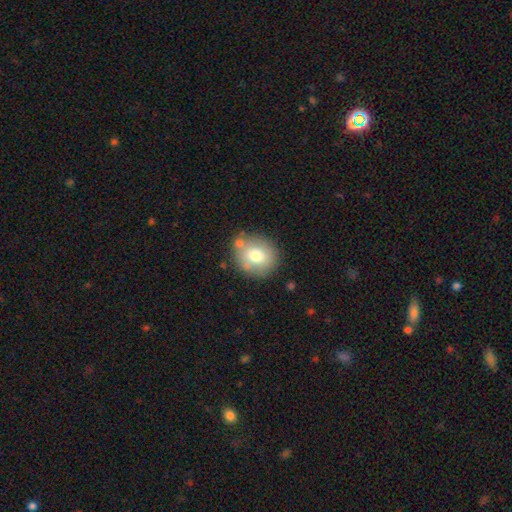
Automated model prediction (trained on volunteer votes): smooth_or_featured: smooth (p=0.72) [alt: featured or disk p=0.18]
how_rounded: round (p=0.83) [alt: in between p=0.16]
merging: none (p=0.74) [alt: minor disturbance p=0.14]